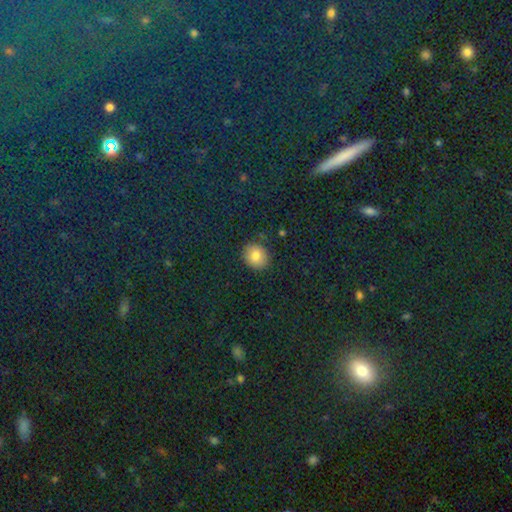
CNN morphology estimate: Smooth or featured? smooth (80%)
How rounded? round (74%)
Merging? none (88%)